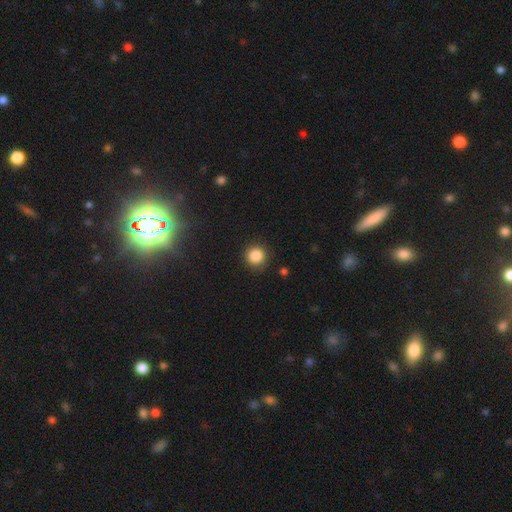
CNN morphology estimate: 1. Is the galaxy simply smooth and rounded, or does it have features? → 86% smooth, 11% star or artifact, 4% featured or disk.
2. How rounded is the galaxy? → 94% round, 5% in between, 1% cigar-shaped.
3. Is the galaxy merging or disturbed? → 89% none, 7% minor disturbance, 3% major disturbance, 1% merger.